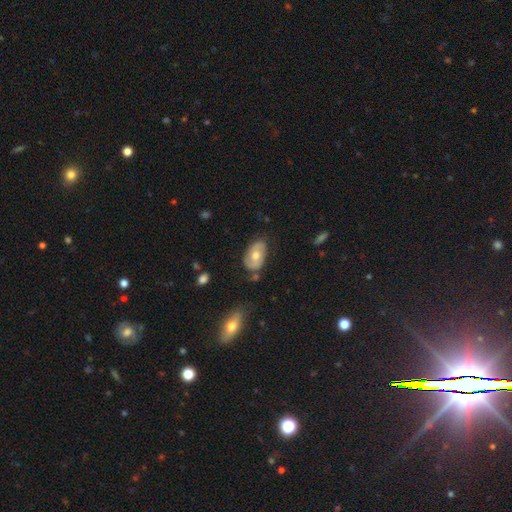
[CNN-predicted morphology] Q: Smooth or featured?
A: featured or disk (52%); runner-up: smooth (42%)
Q: Edge-on disk?
A: no (94%); runner-up: yes (6%)
Q: Merging?
A: none (66%); runner-up: minor disturbance (23%)